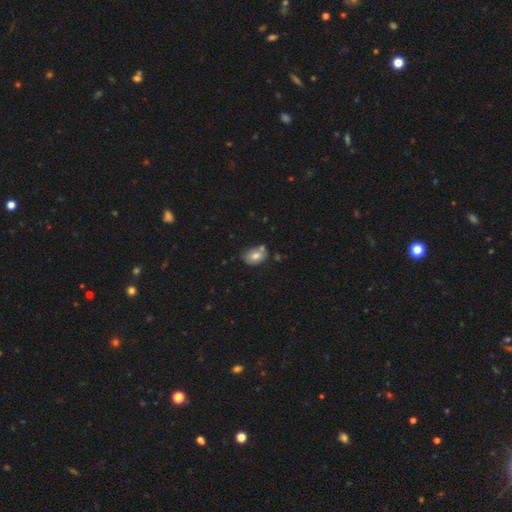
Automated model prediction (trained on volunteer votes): This appears to be a smooth galaxy with no disk features (75%) that is in between round and cigar-shaped (77%). Merging: none (53%).